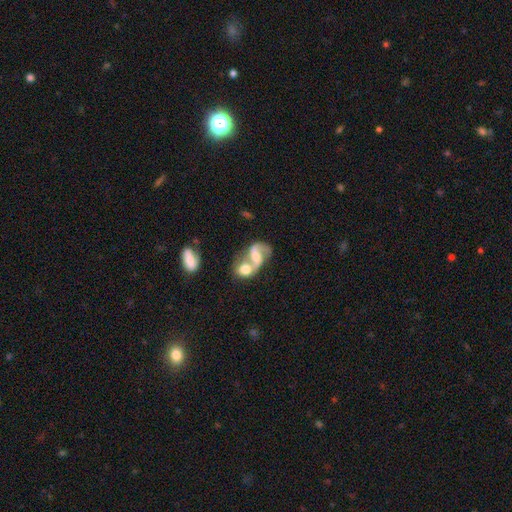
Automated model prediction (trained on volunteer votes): smooth_or_featured: featured or disk (p=0.74) [alt: smooth p=0.19]
disk_edge_on: no (p=0.97) [alt: yes p=0.03]
bar: weak (p=0.41) [tied with: no p=0.41]
has_spiral_arms: yes (p=0.89) [alt: no p=0.11]
spiral_winding: loose (p=0.59) [alt: medium p=0.34]
spiral_arm_count: 2 (p=0.87) [alt: 1 p=0.06]
bulge_size: moderate (p=0.44) [alt: small p=0.30]
merging: merger (p=0.63) [alt: none p=0.22]